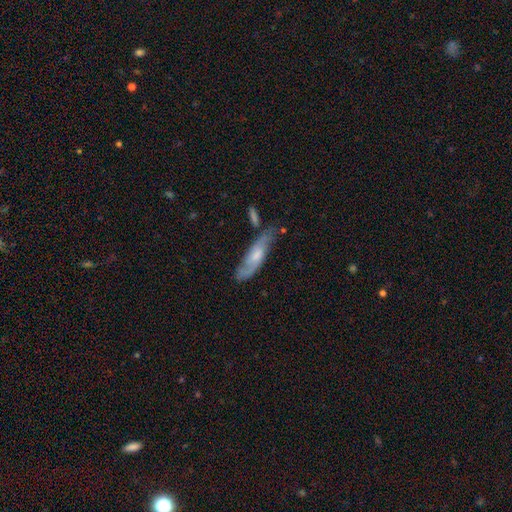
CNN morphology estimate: Q: Smooth or featured?
A: featured or disk (62%); runner-up: smooth (32%)
Q: Edge-on disk?
A: no (73%); runner-up: yes (27%)
Q: Merging?
A: none (64%); runner-up: minor disturbance (22%)